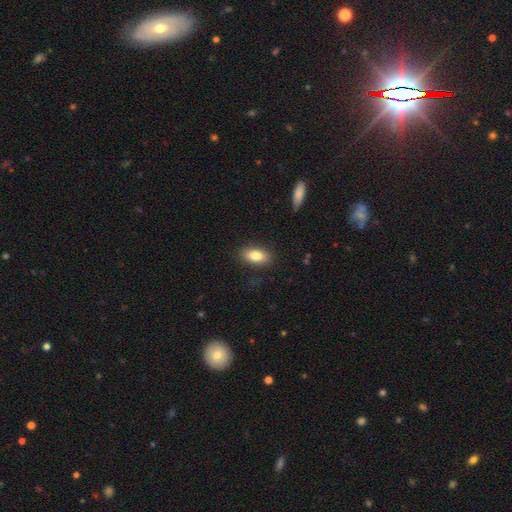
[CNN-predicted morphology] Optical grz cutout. It shows a smooth galaxy with no disk features (82%) that is in between round and cigar-shaped (88%). Merging: none (86%).